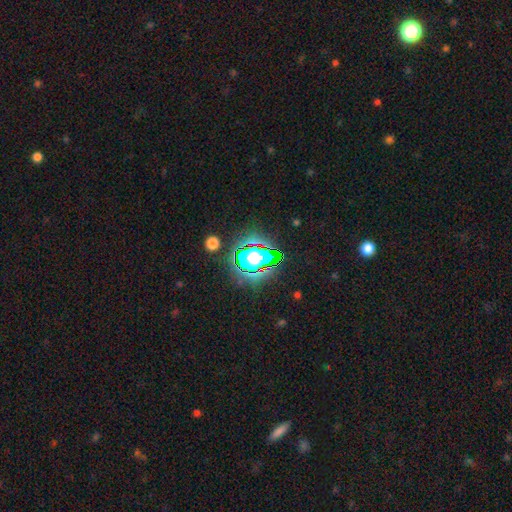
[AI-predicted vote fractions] Smooth or featured?
  - star or artifact: 80% *
  - smooth: 12%
  - featured or disk: 8%